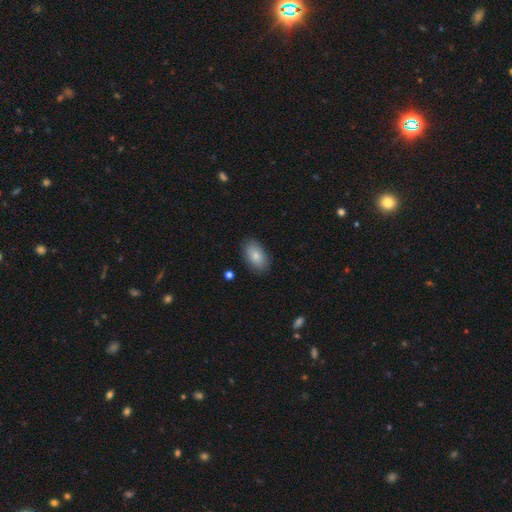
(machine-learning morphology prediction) smooth 81%, featured or disk 12%, star or artifact 7%. Down the decision tree: how rounded — in between (92%); merging — none (86%).